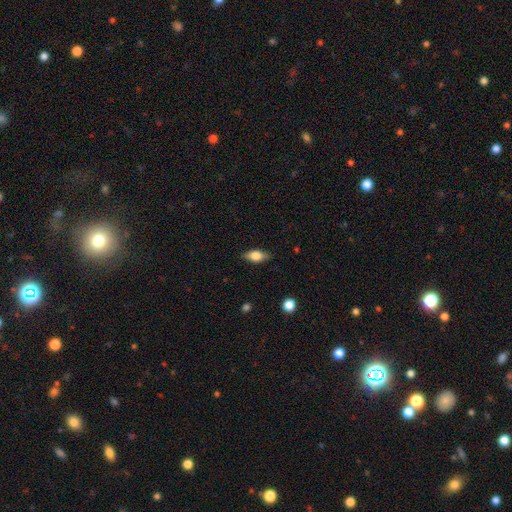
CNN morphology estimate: This is likely a smooth galaxy (70%). How rounded: clearly in between (81%). Merging: clearly none (83%).